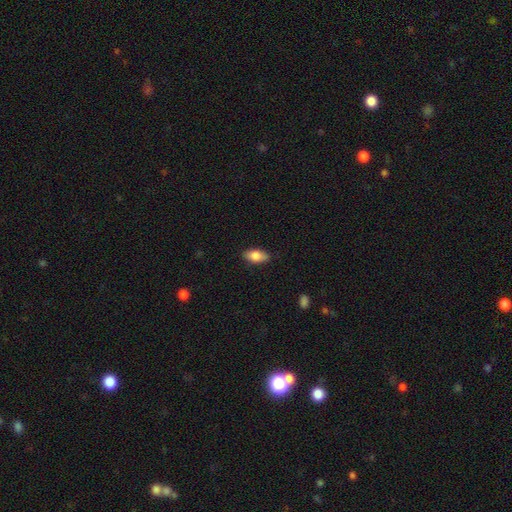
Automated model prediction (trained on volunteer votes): A smooth galaxy with no disk features (81%) that is in between round and cigar-shaped (90%).

Vote fractions:
- Smooth or featured? smooth: 81% / featured or disk: 12% / star or artifact: 7%
- How rounded? in between: 90% / cigar-shaped: 6% / round: 4%
- Merging? none: 87% / minor disturbance: 10% / major disturbance: 2% / merger: 1%